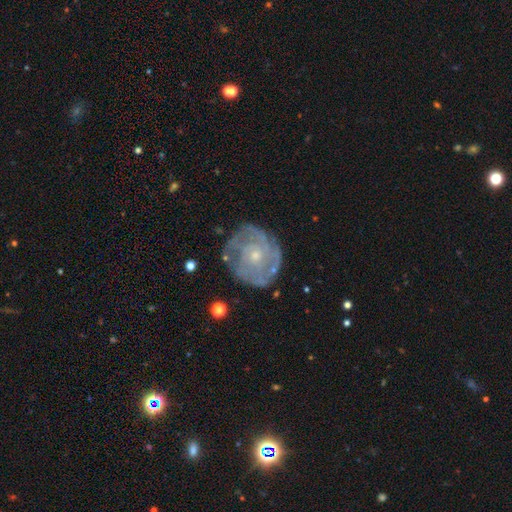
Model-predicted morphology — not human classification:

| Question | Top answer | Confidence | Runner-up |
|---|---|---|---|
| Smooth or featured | featured or disk | 76% | smooth (16%) |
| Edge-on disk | no | 97% | yes (3%) |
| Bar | no | 82% | weak (15%) |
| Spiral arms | yes | 80% | no (20%) |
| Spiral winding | tight | 69% | medium (23%) |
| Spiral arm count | can't tell | 50% | 3 (15%) |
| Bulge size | small | 68% | moderate (28%) |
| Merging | none | 73% | minor disturbance (18%) |